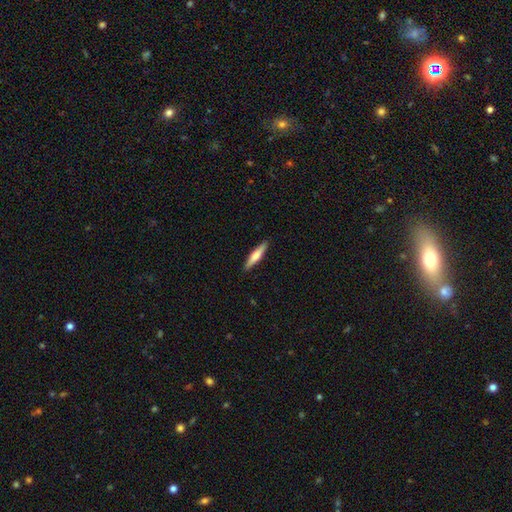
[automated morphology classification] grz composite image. It shows a smooth galaxy with no disk features (59%) that is cigar-shaped (86%). Merging: none (90%).